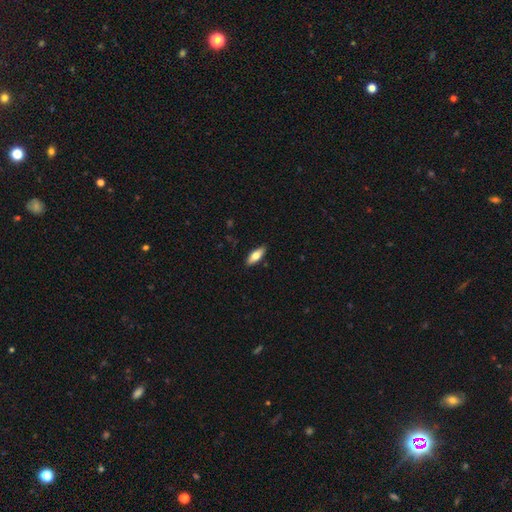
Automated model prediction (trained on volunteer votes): smooth_or_featured: smooth (p=0.69) [alt: featured or disk p=0.25]
how_rounded: in between (p=0.69) [alt: cigar-shaped p=0.28]
merging: none (p=0.88) [alt: minor disturbance p=0.09]